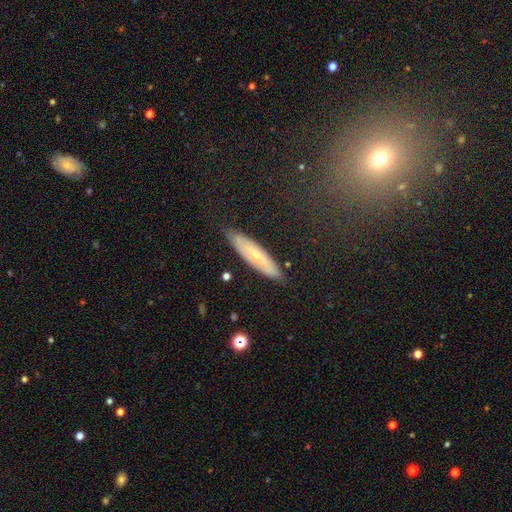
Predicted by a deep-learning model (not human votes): Smooth or featured: featured or disk — 46% (tied with smooth — 46%)
Merging: none — 80% (minor disturbance — 15%)